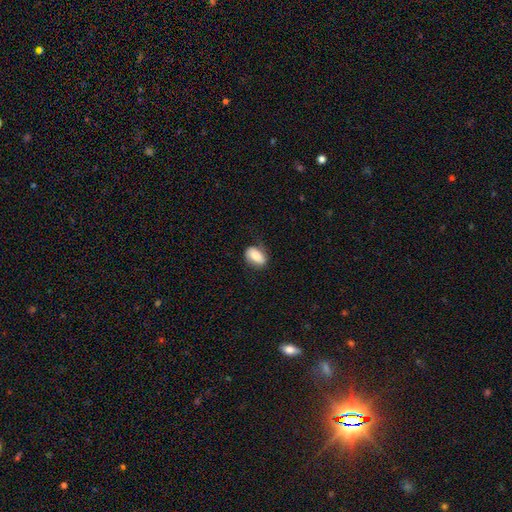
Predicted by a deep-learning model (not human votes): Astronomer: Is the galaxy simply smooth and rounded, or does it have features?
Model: smooth — 80%.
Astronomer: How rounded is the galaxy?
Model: in between — 89%.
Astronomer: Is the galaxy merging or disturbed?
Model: none — 67%.